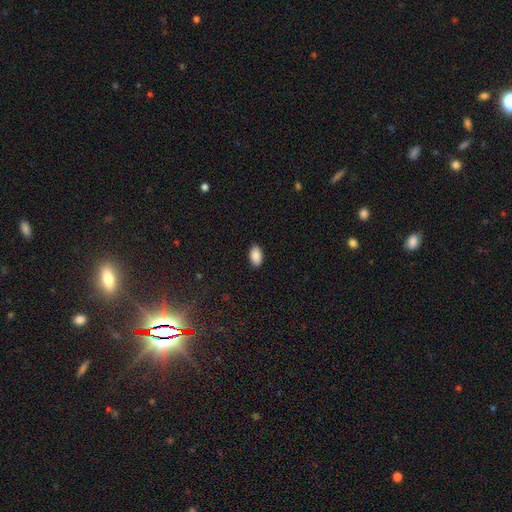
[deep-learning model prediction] A smooth galaxy with no disk features (90%) that is in between round and cigar-shaped (94%). Merging: none (88%).